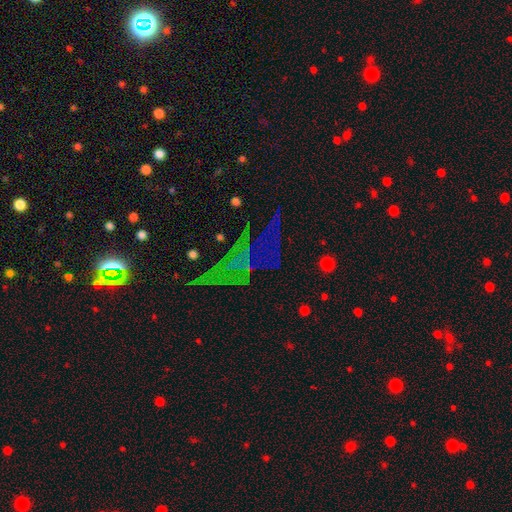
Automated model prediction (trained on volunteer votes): This appears to be a star or artifact, not a galaxy (57%).